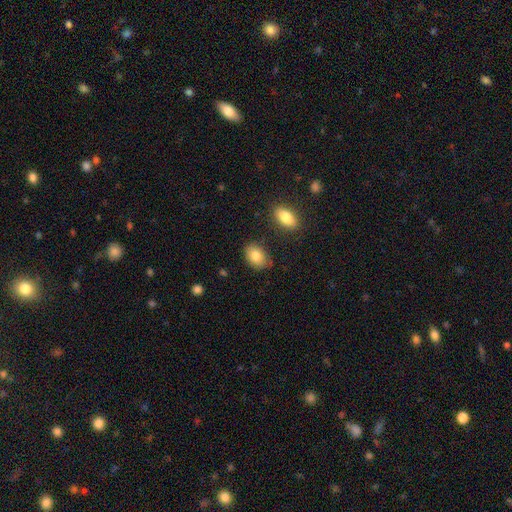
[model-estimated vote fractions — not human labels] Morphology: type=smooth (83%); roundness=in between (82%); merging=none (80%).